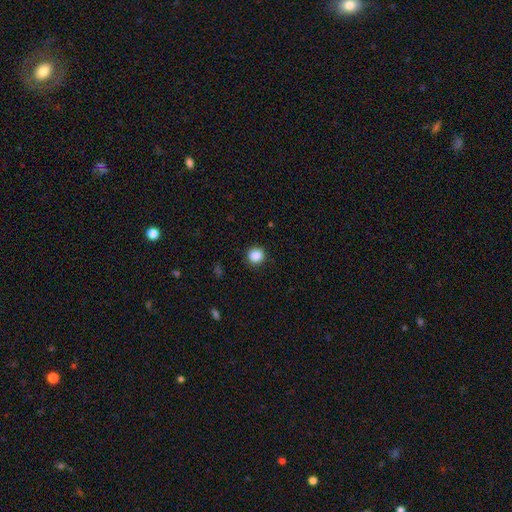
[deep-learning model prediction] A smooth galaxy with no disk features (88%) that is round (90%).

Vote fractions:
- Smooth or featured? smooth: 88% / star or artifact: 10% / featured or disk: 3%
- How rounded? round: 90% / in between: 9% / cigar-shaped: 1%
- Merging? none: 91% / minor disturbance: 6% / major disturbance: 2% / merger: 1%